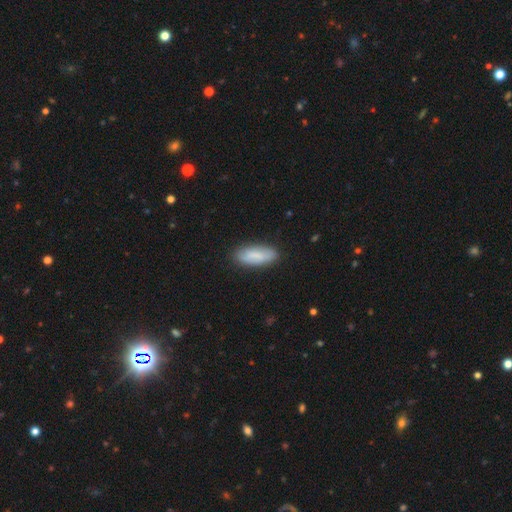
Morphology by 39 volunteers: Volunteers were most divided on "smooth or featured": smooth: 79%, featured or disk: 15%, star or artifact: 5%. More confident: merging — none (86%); how rounded — in between (81%).